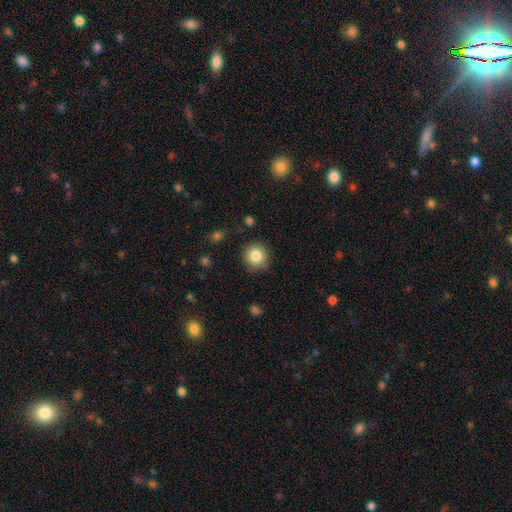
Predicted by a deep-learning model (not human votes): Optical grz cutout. It shows a smooth galaxy with no disk features (83%) that is round (92%). Merging: none (87%).